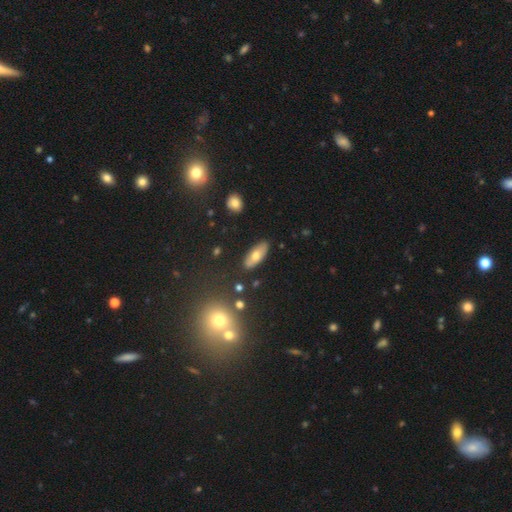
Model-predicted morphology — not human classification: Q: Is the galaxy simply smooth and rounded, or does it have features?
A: smooth — 66%.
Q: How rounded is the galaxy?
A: in between — 78%.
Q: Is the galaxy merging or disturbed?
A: none — 85%.